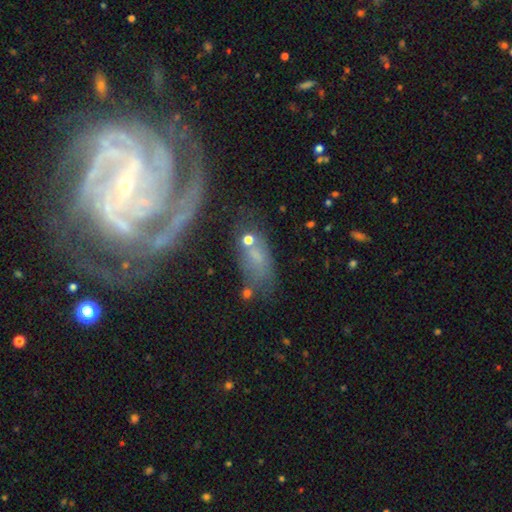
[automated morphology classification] type=featured or disk (45%); merging=none (53%).